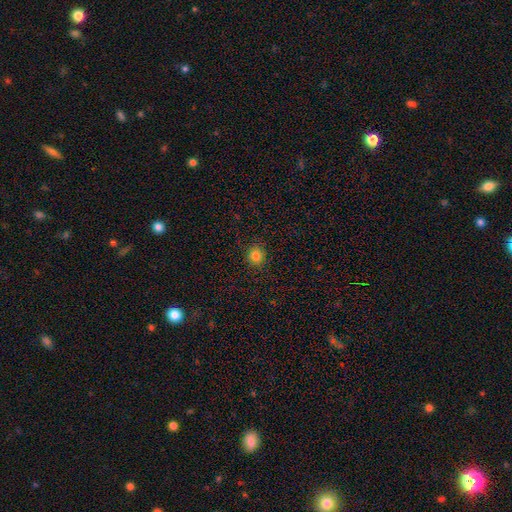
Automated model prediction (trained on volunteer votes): smooth-or-featured: smooth: 83% | star or artifact: 13% | featured or disk: 4%
  how-rounded: round: 85% | in between: 14% | cigar-shaped: 1%
  merging: none: 88% | minor disturbance: 9% | major disturbance: 3% | merger: 1%